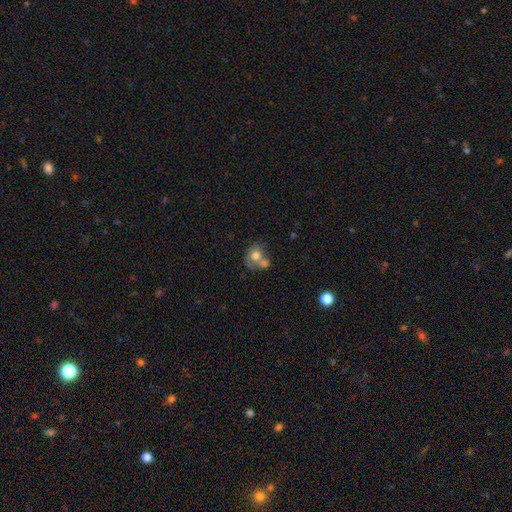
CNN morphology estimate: Overall: smooth (71%). How rounded: round (65%; in between 35%). Merging: merger (48%; none 33%).